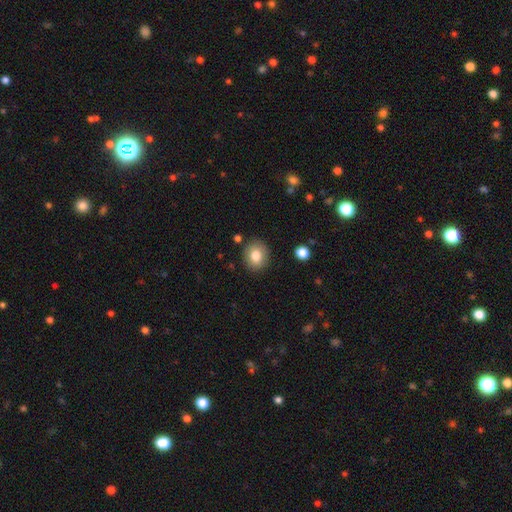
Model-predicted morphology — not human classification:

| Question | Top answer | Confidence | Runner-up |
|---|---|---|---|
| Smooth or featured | smooth | 81% | featured or disk (10%) |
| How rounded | round | 69% | in between (30%) |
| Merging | none | 87% | minor disturbance (9%) |